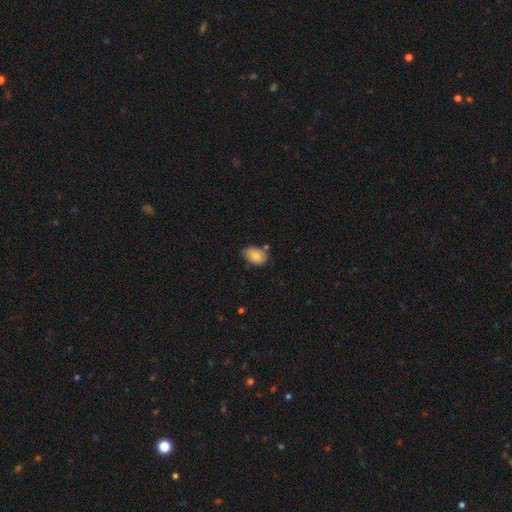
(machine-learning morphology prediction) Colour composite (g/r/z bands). It shows a smooth galaxy with no disk features (85%) that is in between round and cigar-shaped (89%). Merging: none (62%).